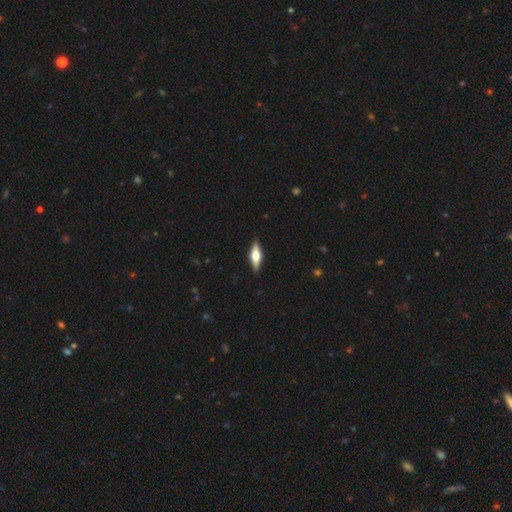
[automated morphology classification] Smooth or featured? Predicted: featured or disk (p=0.55). Edge-on disk? Predicted: yes (p=0.94). Edge-on bulge? Predicted: rounded (p=0.93). Merging? Predicted: none (p=0.89).